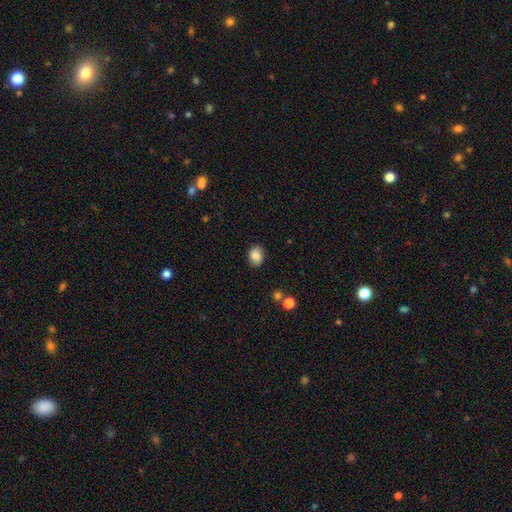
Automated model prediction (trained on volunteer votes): Q: Smooth or featured?
A: smooth (85%); runner-up: star or artifact (9%)
Q: How rounded?
A: in between (55%); runner-up: round (44%)
Q: Merging?
A: none (84%); runner-up: minor disturbance (11%)